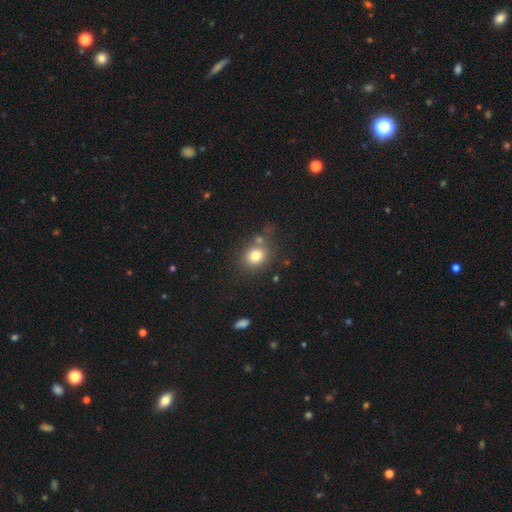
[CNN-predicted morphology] Q: Smooth or featured?
A: smooth (78%); runner-up: star or artifact (12%)
Q: How rounded?
A: round (69%); runner-up: in between (30%)
Q: Merging?
A: none (70%); runner-up: minor disturbance (13%)